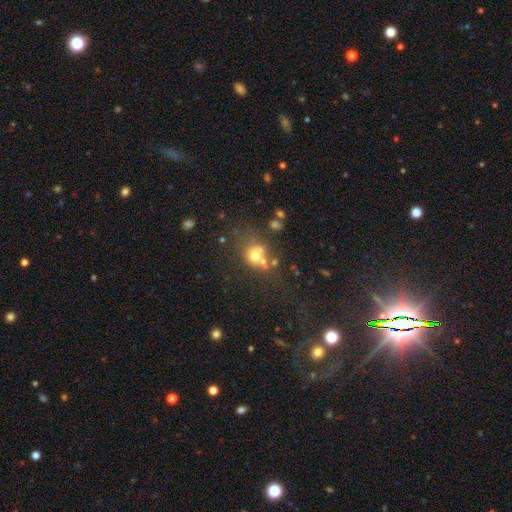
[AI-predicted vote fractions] Q: Smooth or featured?
A: smooth (64%); runner-up: featured or disk (19%)
Q: How rounded?
A: round (74%); runner-up: in between (25%)
Q: Merging?
A: none (43%); runner-up: merger (33%)